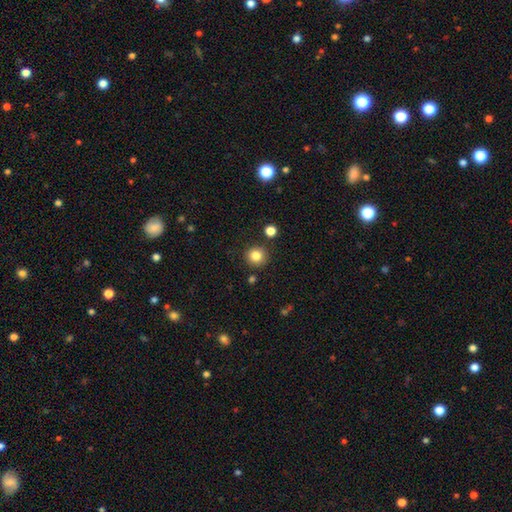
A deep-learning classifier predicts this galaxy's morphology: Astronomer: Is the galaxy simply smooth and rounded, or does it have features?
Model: smooth — 83%.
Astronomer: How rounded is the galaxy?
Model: round — 93%.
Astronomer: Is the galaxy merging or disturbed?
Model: none — 87%.